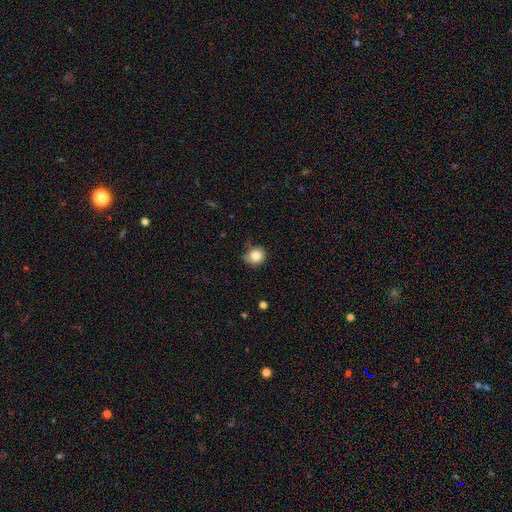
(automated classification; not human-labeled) Overall: smooth (81%). How rounded: round (86%). Merging: none (62%; minor disturbance 28%).